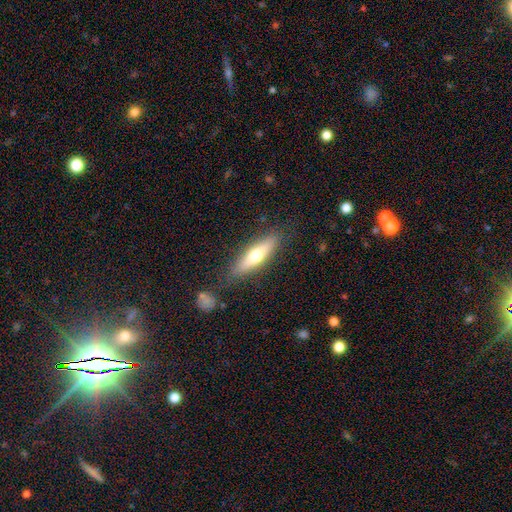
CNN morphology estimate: A smooth galaxy with no disk features (54%) that is cigar-shaped (69%).

Vote fractions:
- Smooth or featured? smooth: 54% / featured or disk: 39% / star or artifact: 6%
- How rounded? cigar-shaped: 69% / in between: 29% / round: 2%
- Merging? none: 82% / minor disturbance: 12% / major disturbance: 3% / merger: 3%